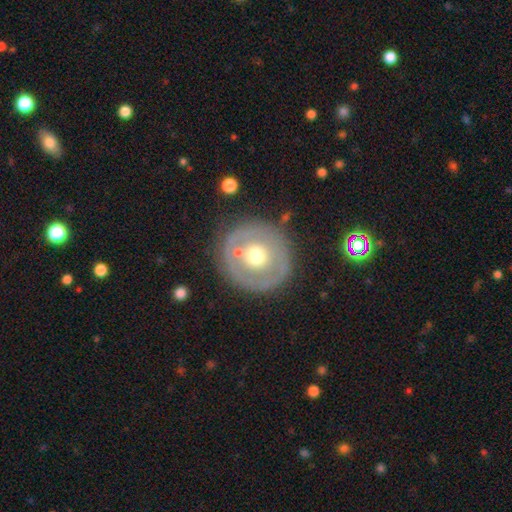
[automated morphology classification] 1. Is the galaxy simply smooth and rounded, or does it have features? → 47% featured or disk, 46% smooth, 7% star or artifact.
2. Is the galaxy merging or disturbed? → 79% none, 12% minor disturbance, 6% major disturbance, 4% merger.